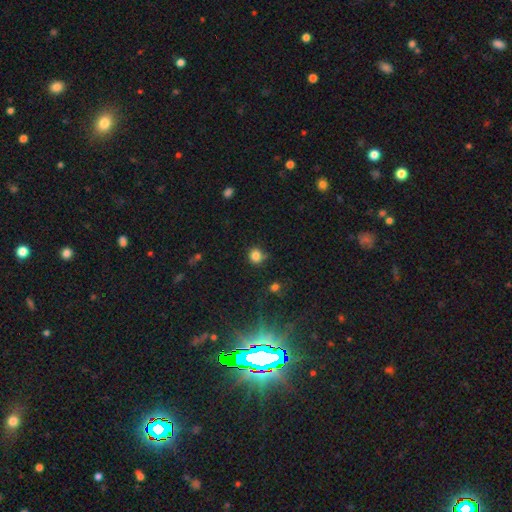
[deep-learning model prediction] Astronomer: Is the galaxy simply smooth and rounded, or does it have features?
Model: smooth — 82%.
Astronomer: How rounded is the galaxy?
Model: round — 87%.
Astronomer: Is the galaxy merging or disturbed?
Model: none — 75%.